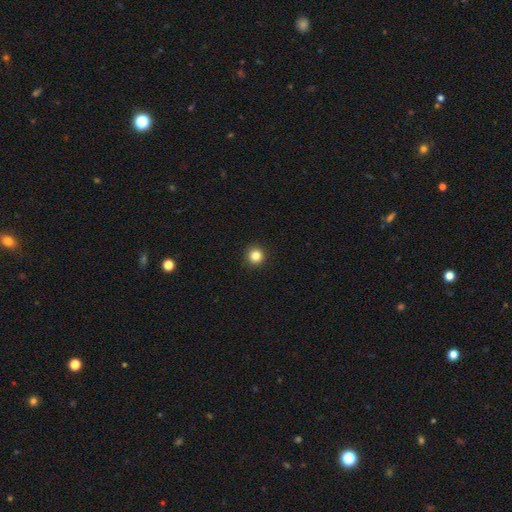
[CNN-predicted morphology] Q: Smooth or featured?
A: smooth (83%); runner-up: star or artifact (12%)
Q: How rounded?
A: round (95%); runner-up: in between (4%)
Q: Merging?
A: none (94%); runner-up: minor disturbance (4%)